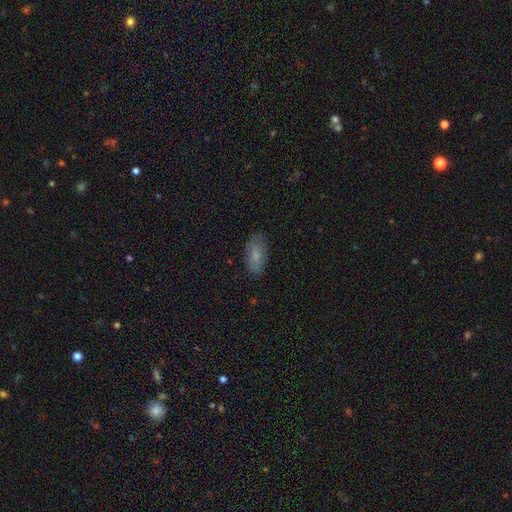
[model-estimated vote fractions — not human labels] A smooth galaxy with no disk features (79%) that is in between round and cigar-shaped (88%). Merging: none (78%).